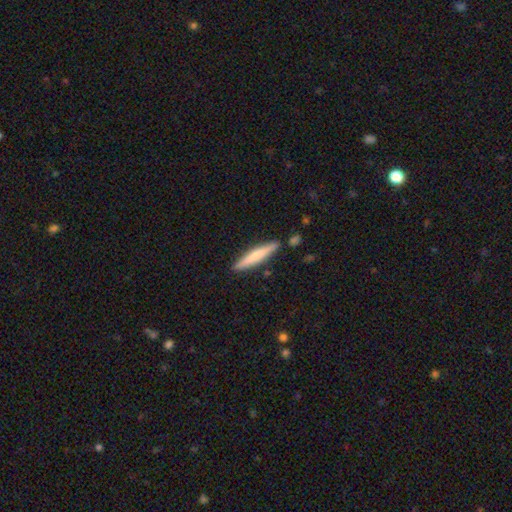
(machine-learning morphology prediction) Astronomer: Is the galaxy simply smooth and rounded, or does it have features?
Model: smooth — 61%.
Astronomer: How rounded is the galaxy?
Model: cigar-shaped — 92%.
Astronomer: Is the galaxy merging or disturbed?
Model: none — 86%.